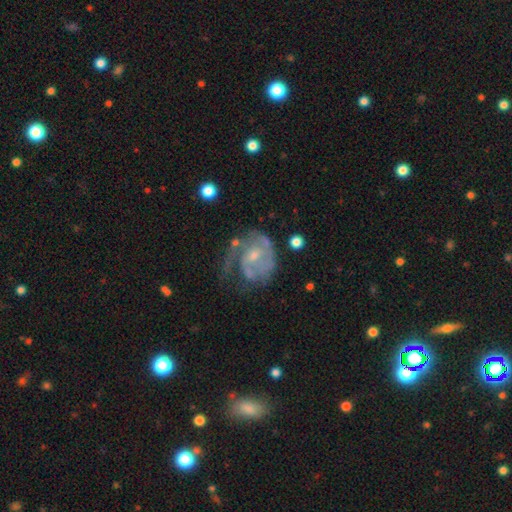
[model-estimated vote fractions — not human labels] Smooth or featured? featured or disk (78%)
Edge-on disk? no (98%)
Bar? no (54%)
Spiral arms? yes (83%)
Spiral winding? medium (40%)
Spiral arm count? 2 (32%)
Bulge size? small (62%)
Merging? none (37%)